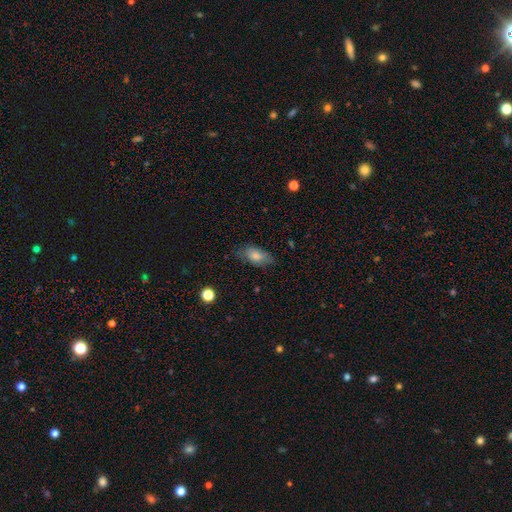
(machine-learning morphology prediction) smooth 77%, featured or disk 16%, star or artifact 7%. Down the decision tree: how rounded — in between (89%); merging — none (72%).